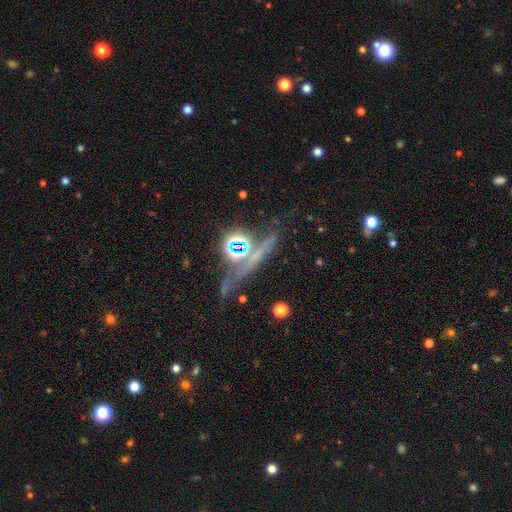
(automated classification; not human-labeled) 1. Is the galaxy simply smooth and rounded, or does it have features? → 50% star or artifact, 31% featured or disk, 20% smooth.